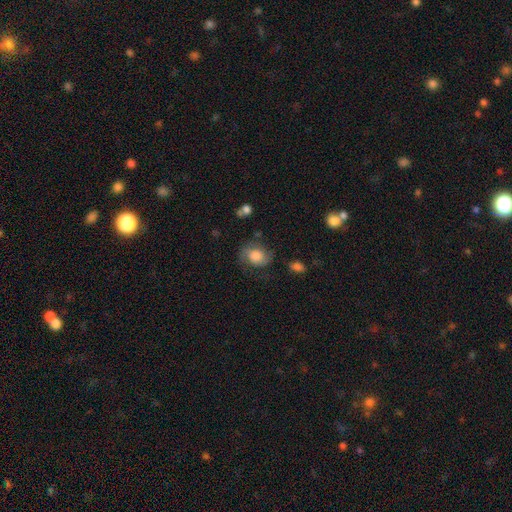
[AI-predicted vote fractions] The model was most divided on "smooth or featured": smooth: 48%, featured or disk: 43%, star or artifact: 9%. More confident: merging — none (62%).